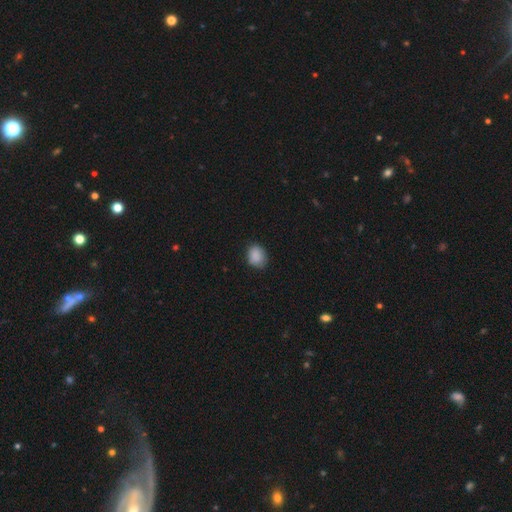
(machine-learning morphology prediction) smooth 88%, star or artifact 8%, featured or disk 4%. Down the decision tree: how rounded — in between (50%); merging — none (76%).